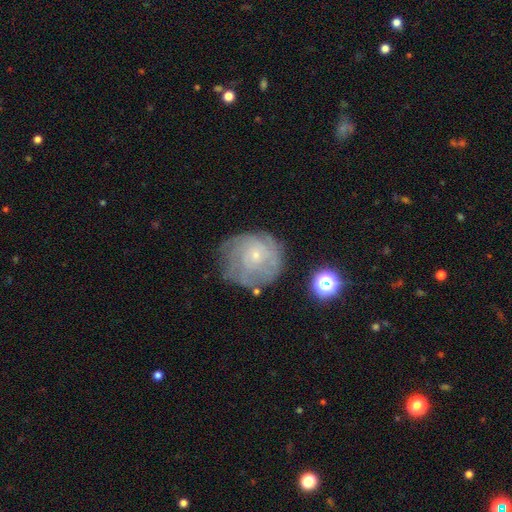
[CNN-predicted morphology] The model was most divided on "spiral arm count": can't tell: 50%, 3: 14%, 4: 14%, 2: 11%, more than 4: 6%, 1: 5%. More confident: edge-on disk — no (98%); spiral arms — yes (86%); bulge size — small (81%); bar — no (79%); smooth or featured — featured or disk (70%); spiral winding — tight (67%); merging — none (61%).